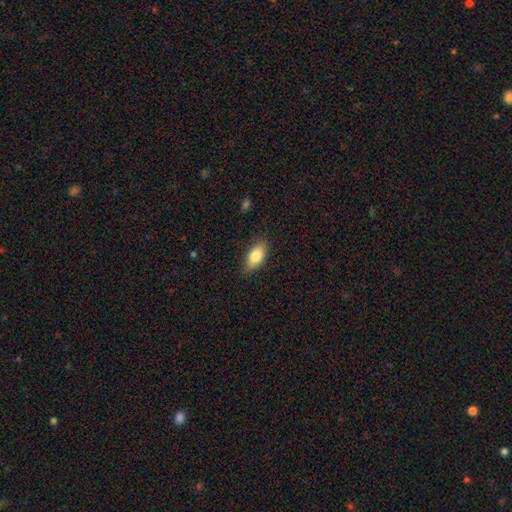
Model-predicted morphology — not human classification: smooth 83%, featured or disk 10%, star or artifact 7%. Down the decision tree: how rounded — in between (90%); merging — none (83%).